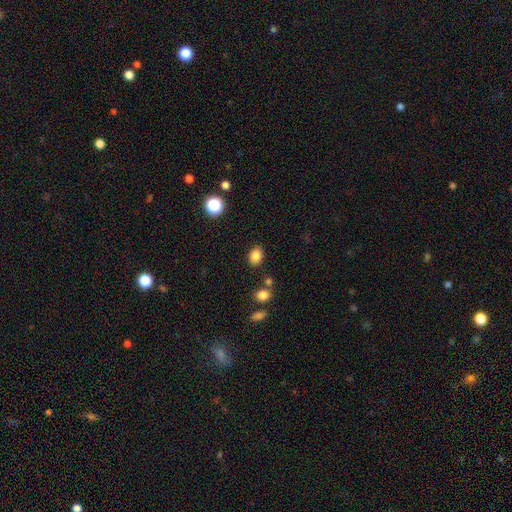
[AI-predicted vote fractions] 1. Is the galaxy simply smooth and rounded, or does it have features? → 84% smooth, 11% star or artifact, 6% featured or disk.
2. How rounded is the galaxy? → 70% in between, 29% round, 1% cigar-shaped.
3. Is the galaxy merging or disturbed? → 83% none, 10% minor disturbance, 4% merger, 3% major disturbance.